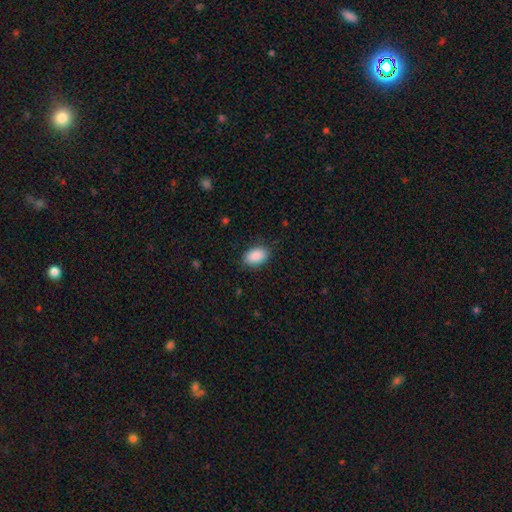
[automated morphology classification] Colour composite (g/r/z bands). It shows a smooth galaxy with no disk features (89%) that is in between round and cigar-shaped (90%). Merging: none (84%).